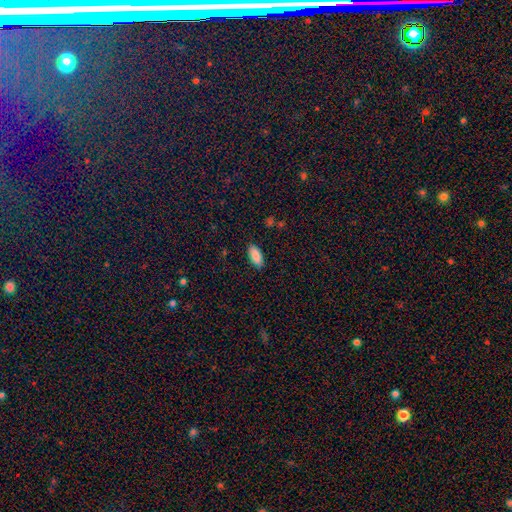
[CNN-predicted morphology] This is clearly a smooth galaxy (88%). How rounded: clearly in between (90%). Merging: clearly none (88%).